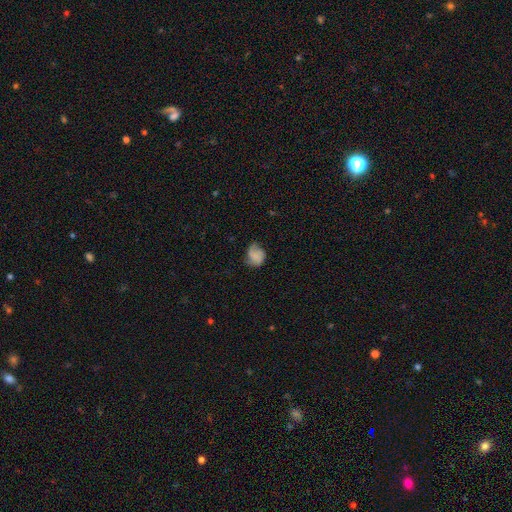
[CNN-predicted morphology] Smooth or featured? Predicted: smooth (p=0.68). How rounded? Predicted: round (p=0.59). Merging? Predicted: none (p=0.49).